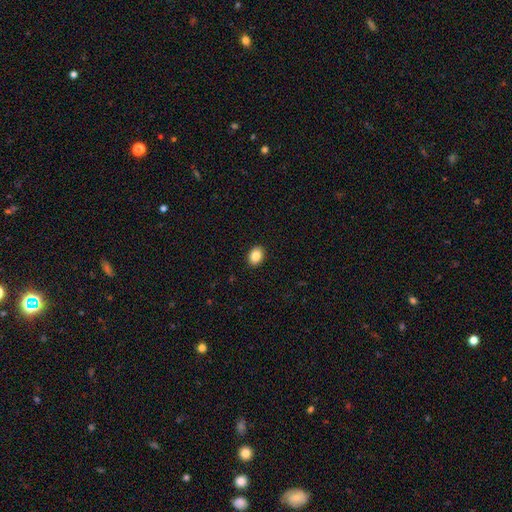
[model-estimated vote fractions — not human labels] A smooth galaxy with no disk features (86%) that is in between round and cigar-shaped (71%). Merging: none (91%).